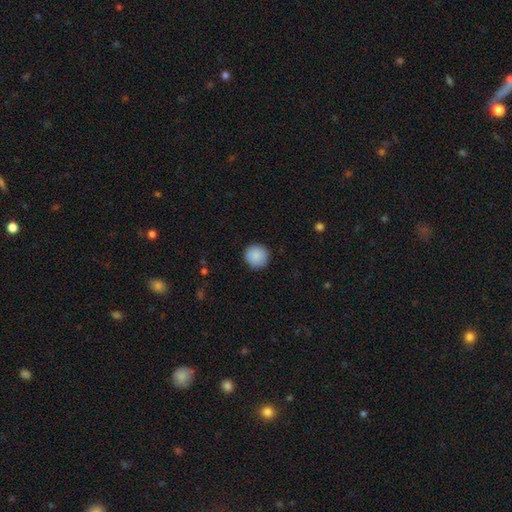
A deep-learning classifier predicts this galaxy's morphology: This appears to be a smooth galaxy with no disk features (89%) that is round (95%). Merging: none (92%).